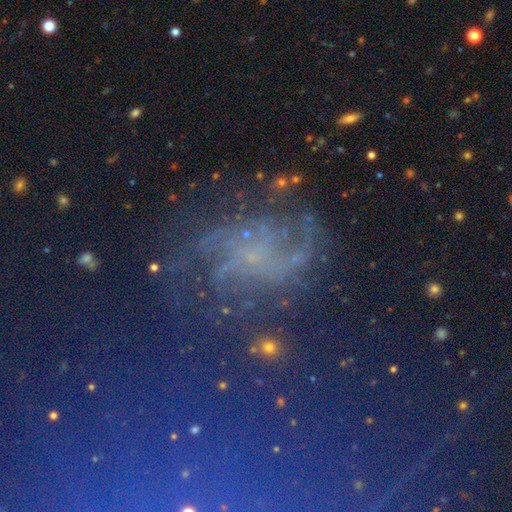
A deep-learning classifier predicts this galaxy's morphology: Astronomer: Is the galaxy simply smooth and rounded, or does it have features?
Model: featured or disk — 53% (runner-up: star or artifact, 32%).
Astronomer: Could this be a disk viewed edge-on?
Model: no — 95%.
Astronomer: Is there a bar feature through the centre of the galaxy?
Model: no — 71%.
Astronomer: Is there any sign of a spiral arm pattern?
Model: yes — 83%.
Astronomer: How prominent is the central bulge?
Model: small — 54% (runner-up: none, 31%).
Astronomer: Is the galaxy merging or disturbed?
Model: none — 58%.